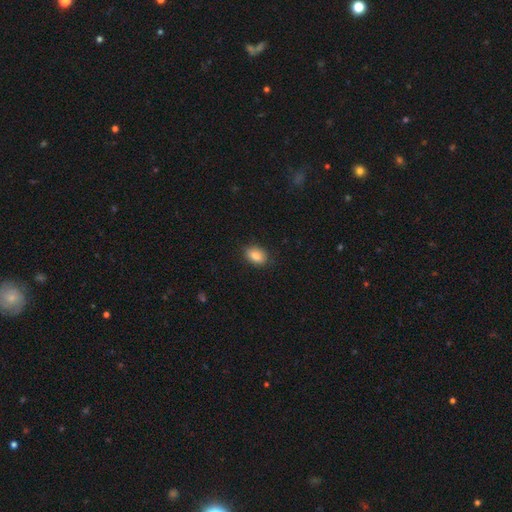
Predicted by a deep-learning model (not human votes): A smooth galaxy with no disk features (84%) that is in between round and cigar-shaped (82%).

Vote fractions:
- Smooth or featured? smooth: 84% / star or artifact: 8% / featured or disk: 7%
- How rounded? in between: 82% / round: 16% / cigar-shaped: 2%
- Merging? none: 82% / minor disturbance: 15% / major disturbance: 2% / merger: 1%